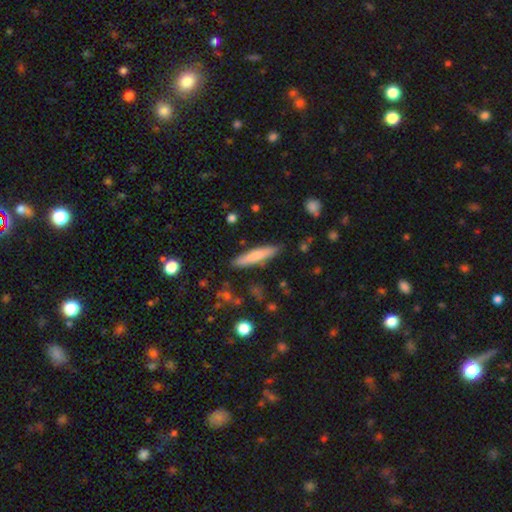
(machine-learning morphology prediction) This appears to be a smooth galaxy with no disk features (73%) that is cigar-shaped (88%). Merging: none (85%).